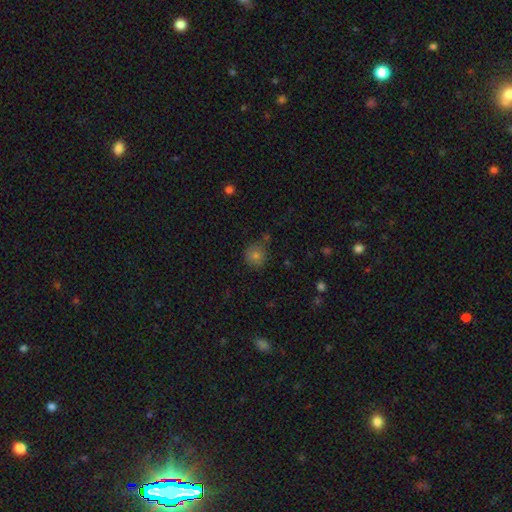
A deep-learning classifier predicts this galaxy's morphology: A smooth galaxy with no disk features (78%) that is round (90%).

Vote fractions:
- Smooth or featured? smooth: 78% / star or artifact: 14% / featured or disk: 8%
- How rounded? round: 90% / in between: 9% / cigar-shaped: 1%
- Merging? none: 77% / minor disturbance: 14% / merger: 6% / major disturbance: 3%